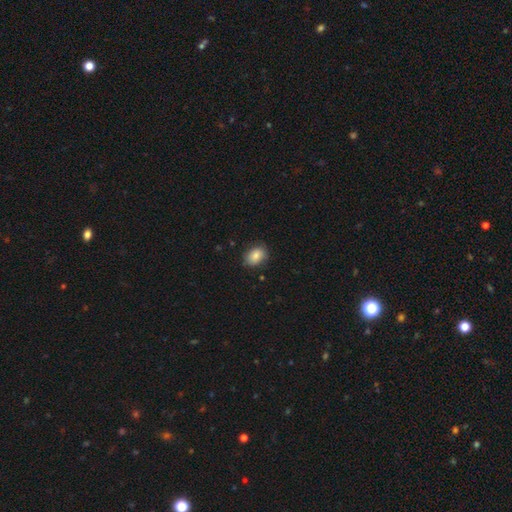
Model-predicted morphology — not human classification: The model was most divided on "how rounded": in between: 70%, round: 29%, cigar-shaped: 1%. More confident: smooth or featured — smooth (84%); merging — none (79%).